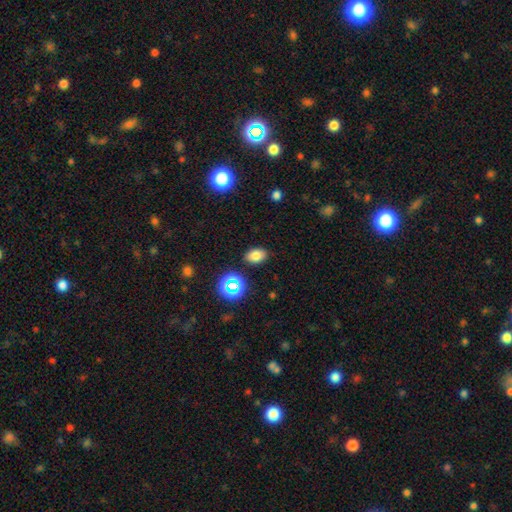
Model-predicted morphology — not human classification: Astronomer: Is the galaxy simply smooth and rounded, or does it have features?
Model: smooth — 77%.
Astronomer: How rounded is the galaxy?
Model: in between — 80%.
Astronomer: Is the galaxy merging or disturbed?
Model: none — 86%.